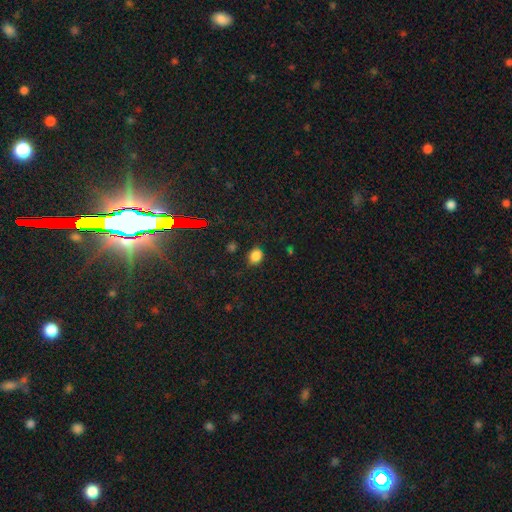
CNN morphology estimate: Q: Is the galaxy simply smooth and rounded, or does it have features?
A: smooth — 81%.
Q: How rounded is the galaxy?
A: round — 59%.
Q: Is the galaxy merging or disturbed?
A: none — 80%.